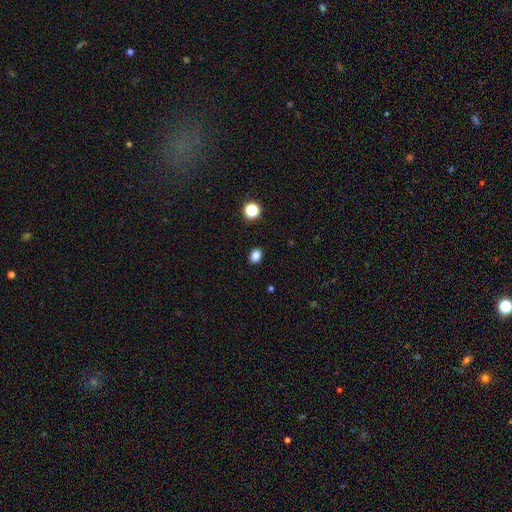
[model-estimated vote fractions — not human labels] Smooth or featured: smooth — 84% (star or artifact — 12%)
How rounded: in between — 60% (round — 39%)
Merging: none — 89% (minor disturbance — 7%)